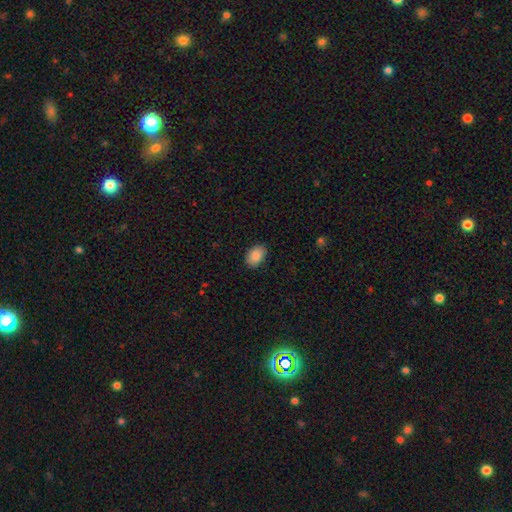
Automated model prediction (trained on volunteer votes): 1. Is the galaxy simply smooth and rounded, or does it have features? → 88% smooth, 7% star or artifact, 5% featured or disk.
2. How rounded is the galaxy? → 86% in between, 13% round, 1% cigar-shaped.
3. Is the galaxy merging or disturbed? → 87% none, 10% minor disturbance, 2% major disturbance, 1% merger.